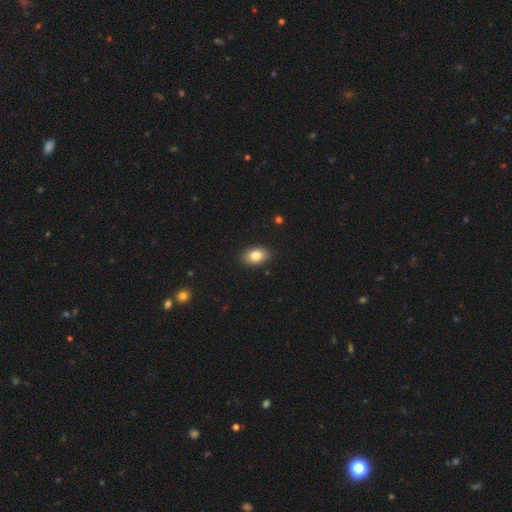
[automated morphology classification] smooth-or-featured: smooth: 83% | featured or disk: 9% | star or artifact: 8%
  how-rounded: in between: 87% | round: 12% | cigar-shaped: 1%
  merging: none: 89% | minor disturbance: 8% | major disturbance: 2% | merger: 1%